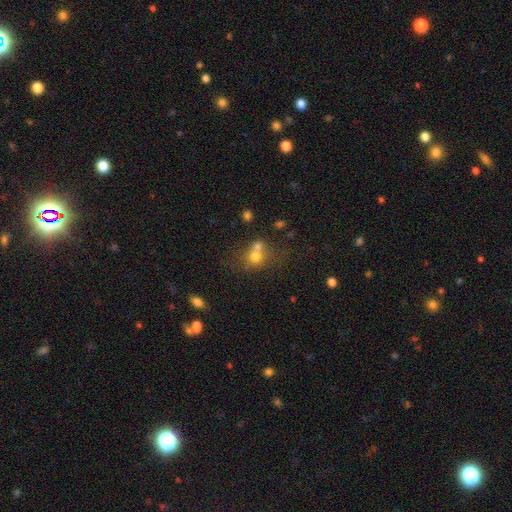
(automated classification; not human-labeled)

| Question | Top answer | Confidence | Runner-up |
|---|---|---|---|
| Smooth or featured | smooth | 70% | featured or disk (15%) |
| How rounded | round | 76% | in between (23%) |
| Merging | merger | 47% | none (39%) |